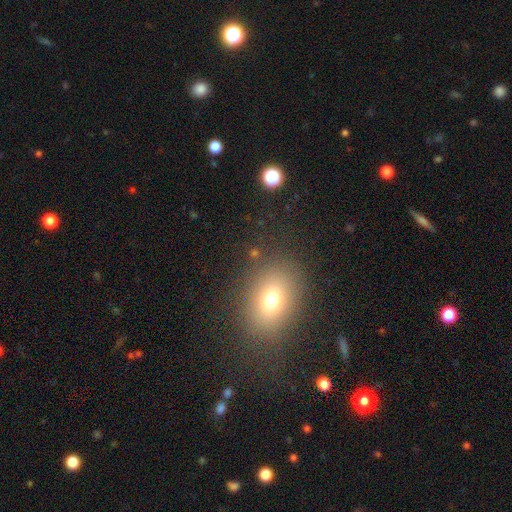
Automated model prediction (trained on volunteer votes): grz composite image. It shows a smooth galaxy with no disk features (68%) that is in between round and cigar-shaped (67%). Merging: none (83%).